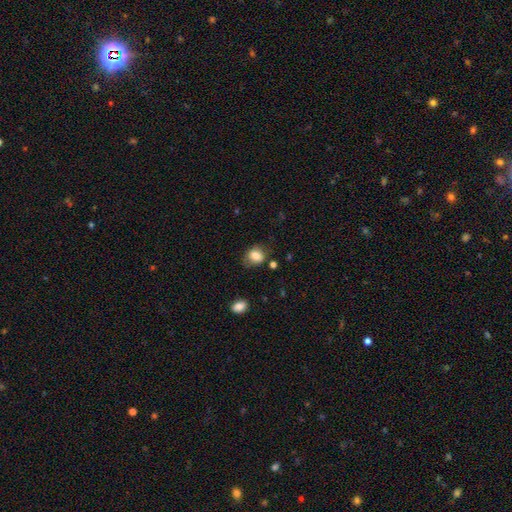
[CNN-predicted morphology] Smooth or featured? Predicted: smooth (p=0.79). How rounded? Predicted: round (p=0.53). Merging? Predicted: none (p=0.67).